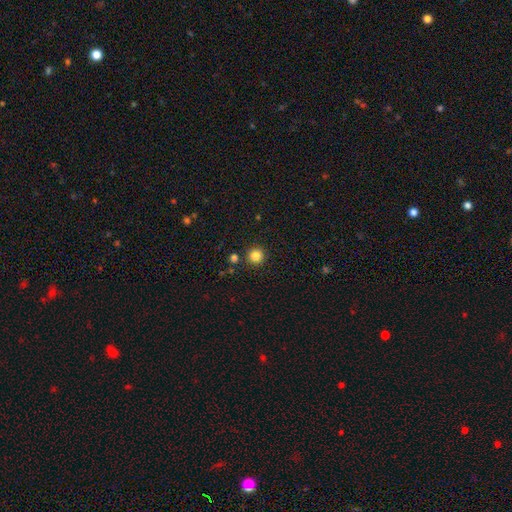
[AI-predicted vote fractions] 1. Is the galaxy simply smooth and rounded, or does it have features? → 83% smooth, 12% star or artifact, 4% featured or disk.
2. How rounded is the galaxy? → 95% round, 4% in between, 1% cigar-shaped.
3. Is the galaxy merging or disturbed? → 90% none, 5% minor disturbance, 3% merger, 2% major disturbance.